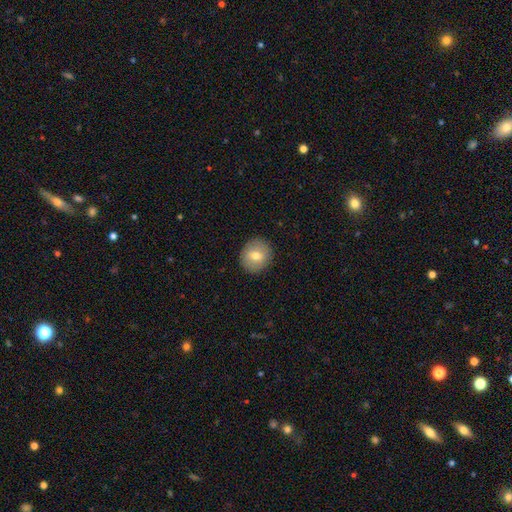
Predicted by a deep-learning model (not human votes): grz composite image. It shows a smooth galaxy with no disk features (73%) that is round (80%). Merging: none (90%).